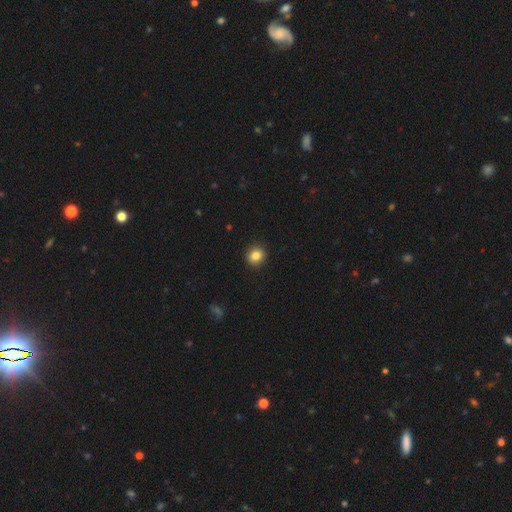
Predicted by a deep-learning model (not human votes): Morphology: type=smooth (84%); roundness=round (84%); merging=none (92%).